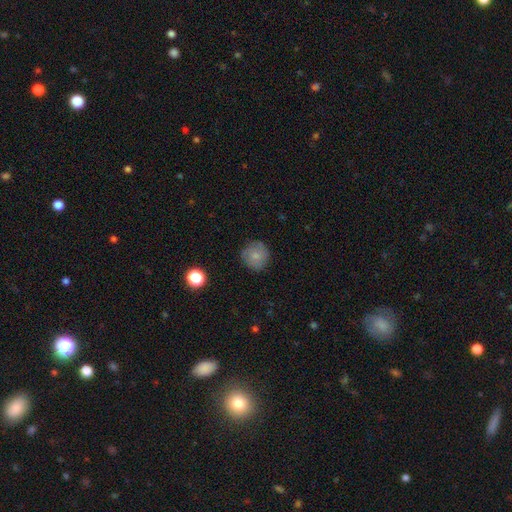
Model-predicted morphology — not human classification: smooth 74%, featured or disk 17%, star or artifact 9%. Down the decision tree: how rounded — round (92%); merging — none (81%).